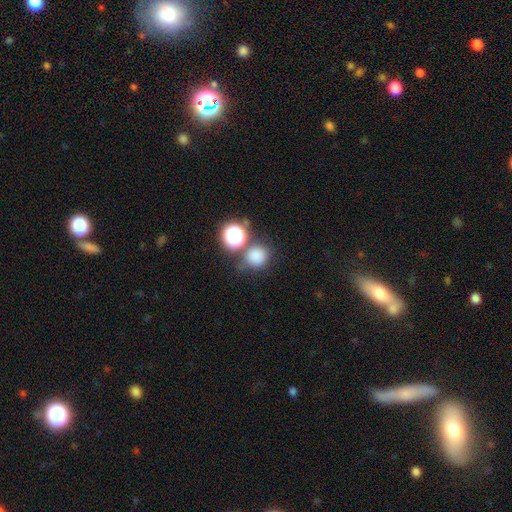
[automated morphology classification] The model was most divided on "merging": none: 64%, merger: 18%, minor disturbance: 12%, major disturbance: 5%. More confident: how rounded — round (84%); smooth or featured — smooth (77%).